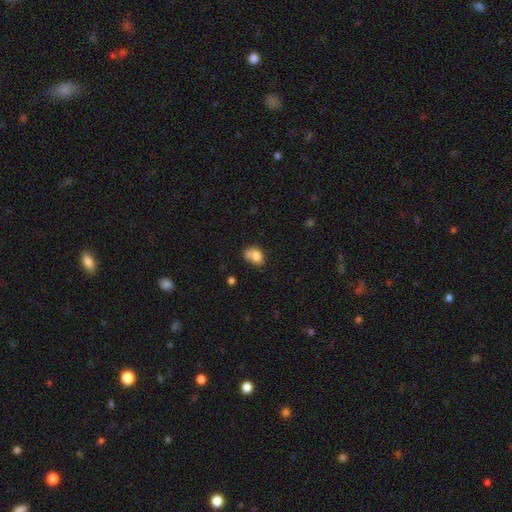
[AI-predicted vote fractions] Q: Smooth or featured?
A: smooth (75%); runner-up: featured or disk (15%)
Q: How rounded?
A: in between (62%); runner-up: round (37%)
Q: Merging?
A: merger (41%); runner-up: none (32%)